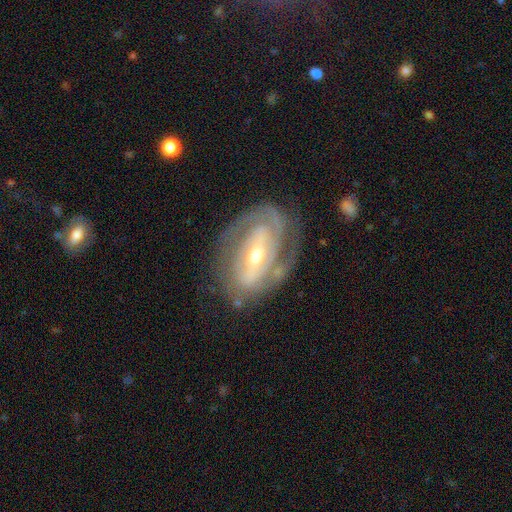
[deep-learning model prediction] Morphology: type=featured or disk (86%); edge-on=no (95%); bar=strong (45%); spiral arms=yes (92%); winding=tight (63%); arm count=2 (57%); bulge=moderate (54%); merging=none (73%).